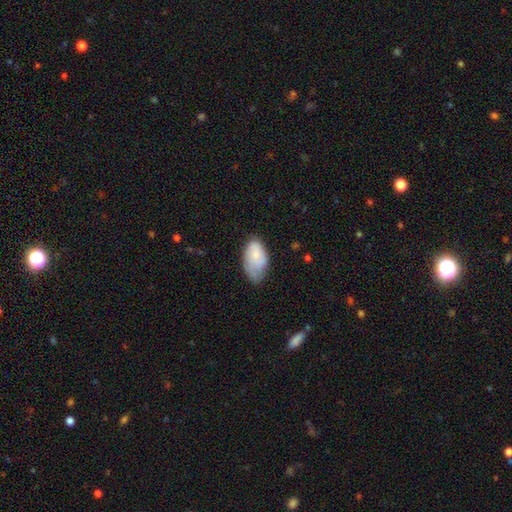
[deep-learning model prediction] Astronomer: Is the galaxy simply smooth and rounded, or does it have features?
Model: smooth — 74%.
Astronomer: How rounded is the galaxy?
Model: in between — 94%.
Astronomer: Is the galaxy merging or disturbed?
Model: none — 44% (runner-up: minor disturbance, 40%).